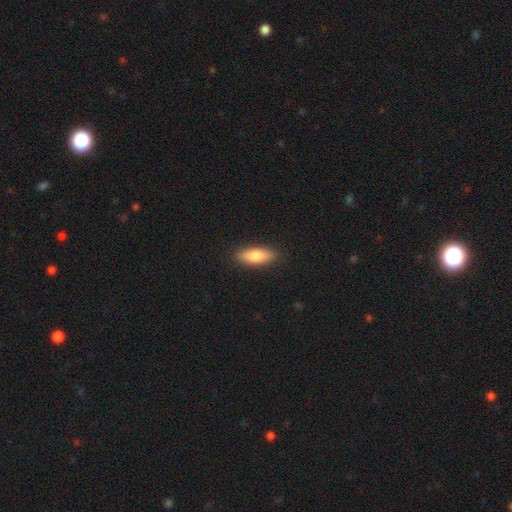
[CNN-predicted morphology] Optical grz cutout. It shows a smooth galaxy with no disk features (81%) that is in between round and cigar-shaped (65%). Merging: none (89%).